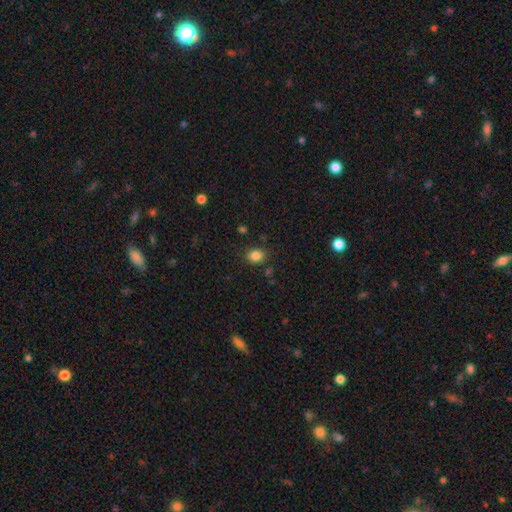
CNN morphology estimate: The model was most divided on "how rounded": in between: 54%, round: 45%, cigar-shaped: 1%. More confident: smooth or featured — smooth (84%); merging — none (81%).